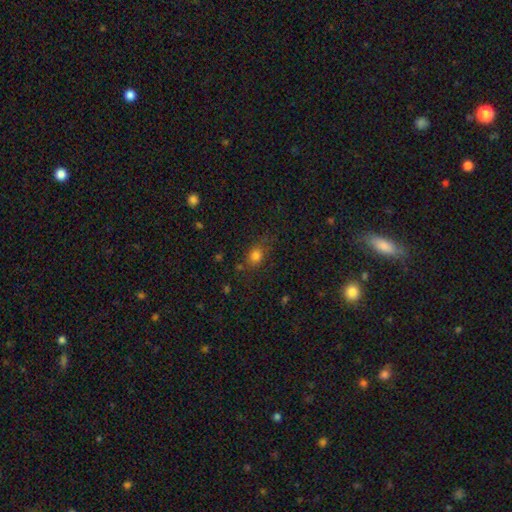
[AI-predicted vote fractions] A smooth galaxy with no disk features (78%) that is round (51%).

Vote fractions:
- Smooth or featured? smooth: 78% / star or artifact: 15% / featured or disk: 7%
- How rounded? round: 51% / in between: 47% / cigar-shaped: 2%
- Merging? none: 71% / minor disturbance: 19% / major disturbance: 8% / merger: 3%